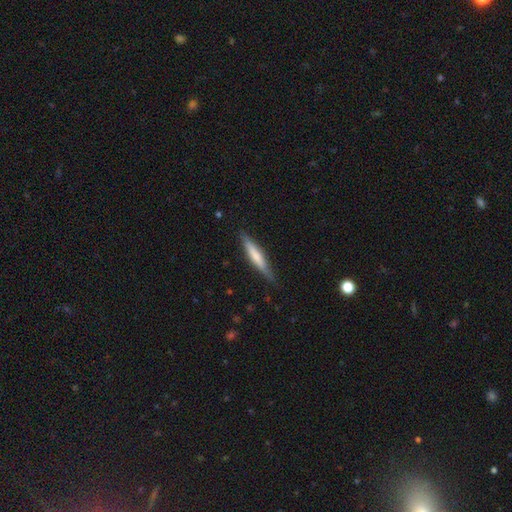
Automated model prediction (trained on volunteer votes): A smooth galaxy with no disk features (59%) that is cigar-shaped (91%).

Vote fractions:
- Smooth or featured? smooth: 59% / featured or disk: 35% / star or artifact: 5%
- How rounded? cigar-shaped: 91% / in between: 8% / round: 1%
- Merging? none: 86% / minor disturbance: 11% / major disturbance: 2% / merger: 1%